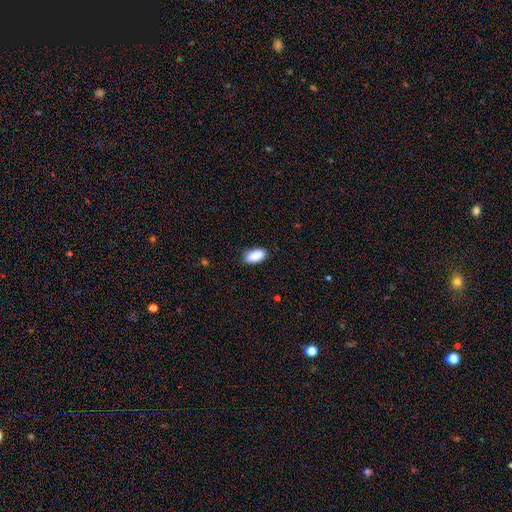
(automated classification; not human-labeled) A smooth galaxy with no disk features (90%) that is in between round and cigar-shaped (93%). Merging: none (85%).